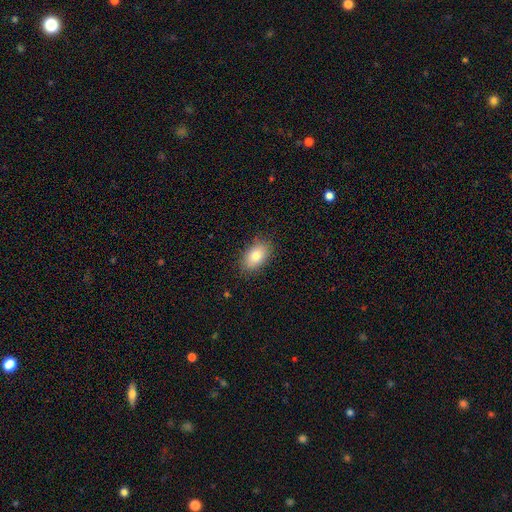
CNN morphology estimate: Smooth or featured?
  - smooth: 81% *
  - featured or disk: 11%
  - star or artifact: 8%
How rounded?
  - in between: 89% *
  - round: 9%
  - cigar-shaped: 2%
Merging?
  - none: 84% *
  - minor disturbance: 12%
  - major disturbance: 3%
  - merger: 1%